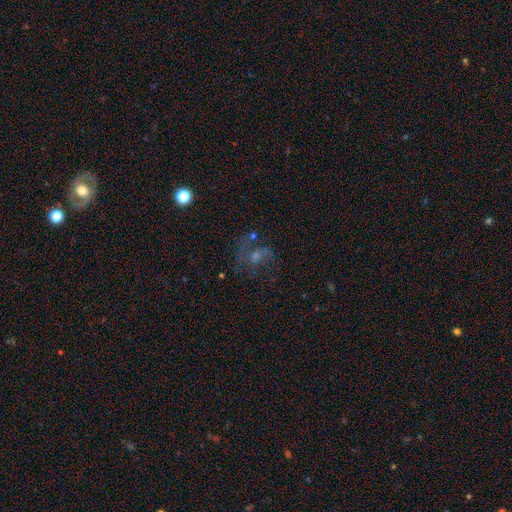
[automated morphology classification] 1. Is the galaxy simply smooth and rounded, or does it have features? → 55% featured or disk, 24% smooth, 21% star or artifact.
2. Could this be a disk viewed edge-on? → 98% no, 2% yes.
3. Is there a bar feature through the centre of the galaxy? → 69% no, 27% weak, 5% strong.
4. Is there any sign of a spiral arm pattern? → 65% yes, 35% no.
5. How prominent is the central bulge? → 48% small, 31% moderate, 16% none, 3% large, 2% dominant.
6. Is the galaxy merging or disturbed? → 43% none, 32% major disturbance, 17% minor disturbance, 7% merger.